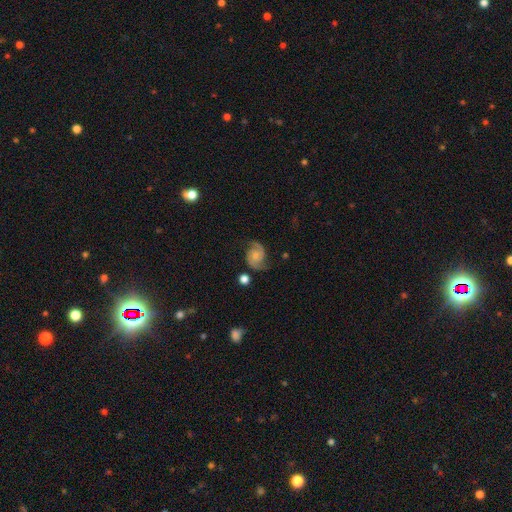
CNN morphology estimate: Q: Smooth or featured?
A: featured or disk (79%); runner-up: smooth (14%)
Q: Edge-on disk?
A: no (98%); runner-up: yes (2%)
Q: Bar?
A: no (66%); runner-up: weak (29%)
Q: Spiral arms?
A: yes (96%); runner-up: no (4%)
Q: Spiral winding?
A: medium (50%); runner-up: loose (26%)
Q: Spiral arm count?
A: 2 (92%); runner-up: can't tell (3%)
Q: Bulge size?
A: small (48%); runner-up: moderate (29%)
Q: Merging?
A: none (73%); runner-up: minor disturbance (17%)